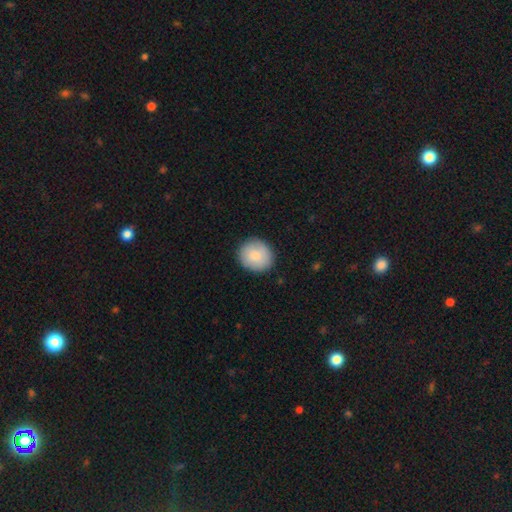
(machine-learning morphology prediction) smooth 85%, featured or disk 9%, star or artifact 6%. Down the decision tree: how rounded — round (85%); merging — none (87%).